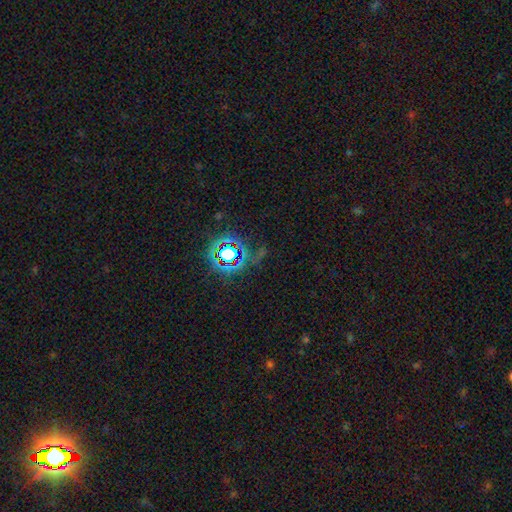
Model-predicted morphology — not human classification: smooth-or-featured: star or artifact: 79% | smooth: 12% | featured or disk: 9%